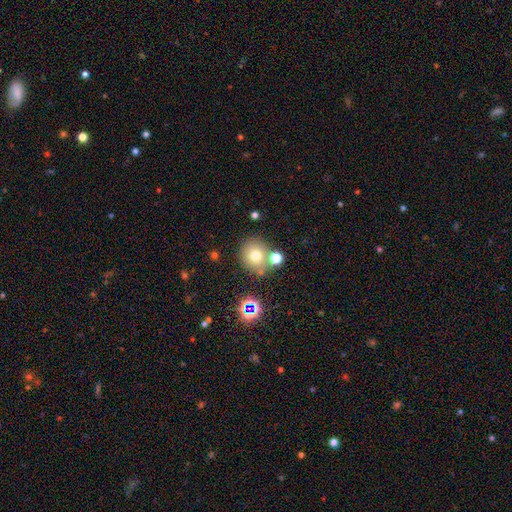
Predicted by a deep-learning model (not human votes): Morphology: type=smooth (69%); roundness=round (84%); merging=none (71%).